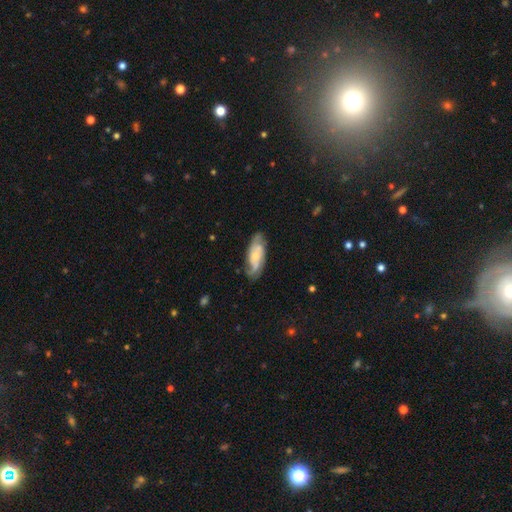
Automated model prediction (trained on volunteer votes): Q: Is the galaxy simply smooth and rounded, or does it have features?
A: featured or disk — 68%.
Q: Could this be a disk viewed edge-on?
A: no — 91%.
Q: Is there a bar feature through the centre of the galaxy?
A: no — 67%.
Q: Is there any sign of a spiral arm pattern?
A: yes — 89%.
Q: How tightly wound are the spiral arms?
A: medium — 43%.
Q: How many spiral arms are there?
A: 2 — 54%.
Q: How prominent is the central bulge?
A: small — 59%.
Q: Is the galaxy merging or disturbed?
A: none — 68%.